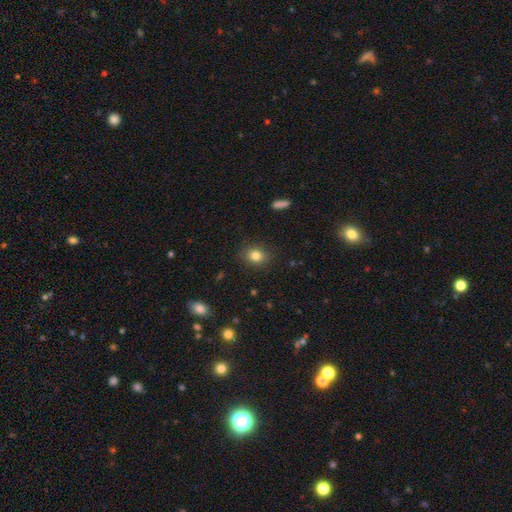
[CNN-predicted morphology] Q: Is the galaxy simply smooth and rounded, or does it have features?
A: smooth — 82%.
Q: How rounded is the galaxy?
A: round — 54%.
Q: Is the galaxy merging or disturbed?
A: none — 87%.